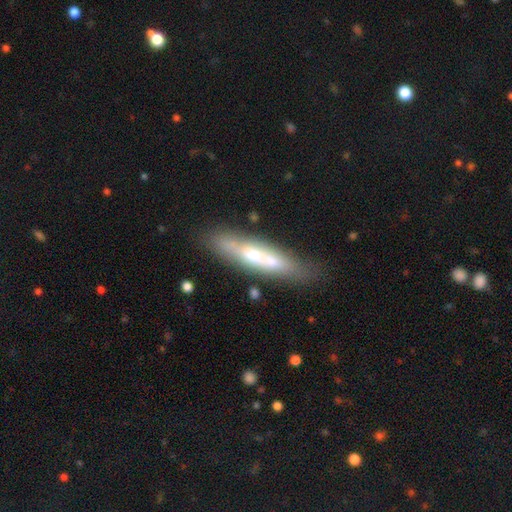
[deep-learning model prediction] A featured or disk galaxy (53%) viewed edge-on (67%). Merging: none (75%).